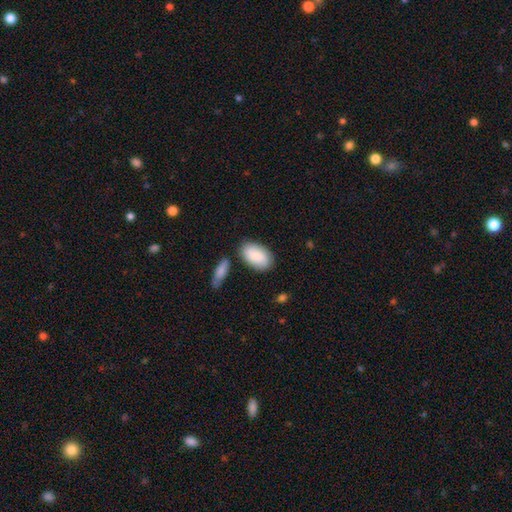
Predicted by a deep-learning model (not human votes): Smooth or featured: smooth — 85% (featured or disk — 9%)
How rounded: in between — 94% (round — 4%)
Merging: none — 74% (minor disturbance — 15%)